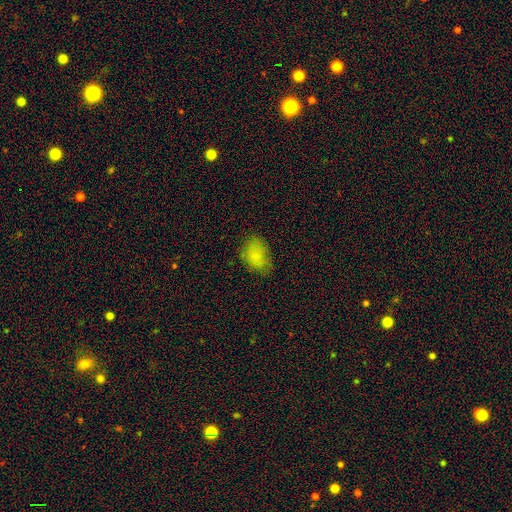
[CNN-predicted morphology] This appears to be a smooth galaxy with no disk features (83%) that is in between round and cigar-shaped (83%). Merging: none (70%).